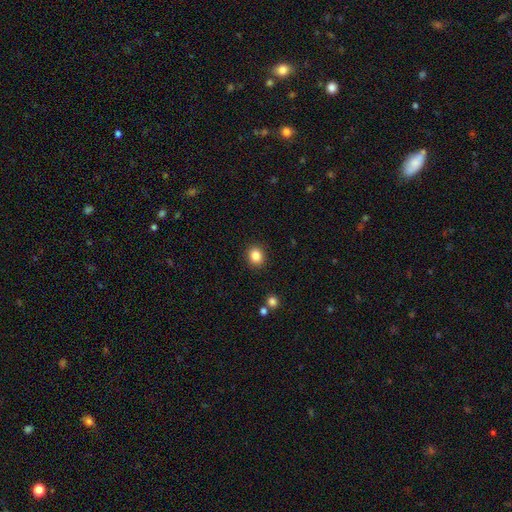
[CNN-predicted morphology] smooth 86%, star or artifact 10%, featured or disk 5%. Down the decision tree: how rounded — round (77%); merging — none (91%).